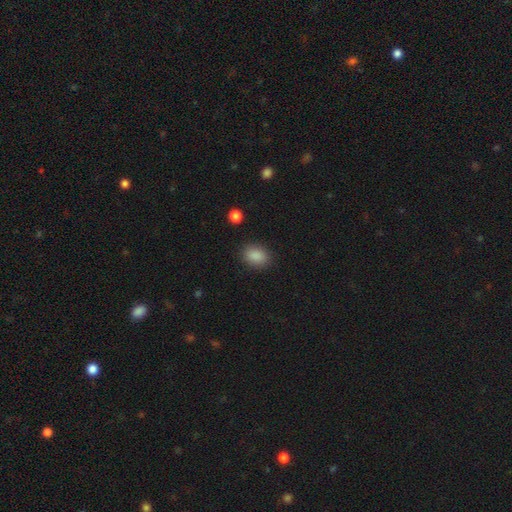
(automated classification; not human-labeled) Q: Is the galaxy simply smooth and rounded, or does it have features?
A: smooth — 88%.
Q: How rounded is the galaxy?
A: in between — 73%.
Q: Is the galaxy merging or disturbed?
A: none — 86%.